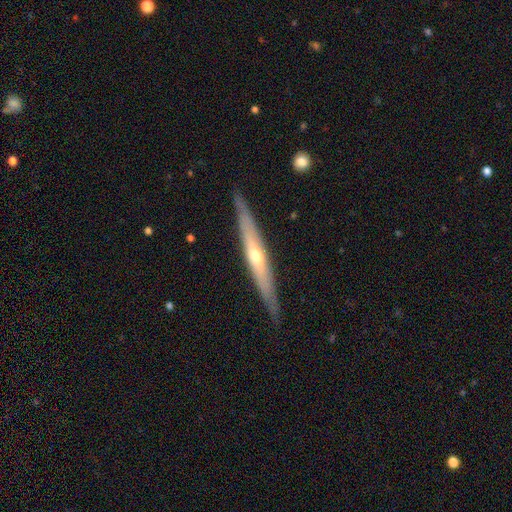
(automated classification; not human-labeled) Morphology: type=featured or disk (67%); edge-on=yes (94%); edge-on bulge=rounded (75%); merging=none (88%).